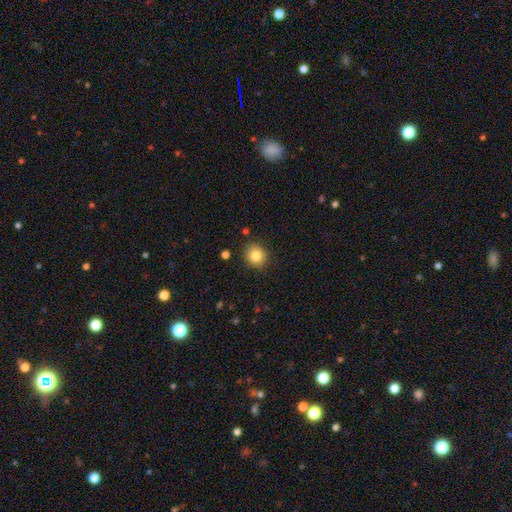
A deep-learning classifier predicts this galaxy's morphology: This appears to be a smooth galaxy with no disk features (84%) that is round (86%). Merging: none (88%).